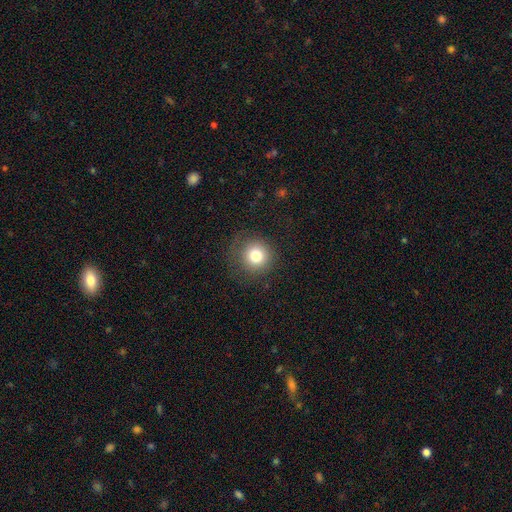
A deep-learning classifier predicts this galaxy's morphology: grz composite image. It shows a smooth galaxy with no disk features (78%) that is round (93%). Merging: none (81%).